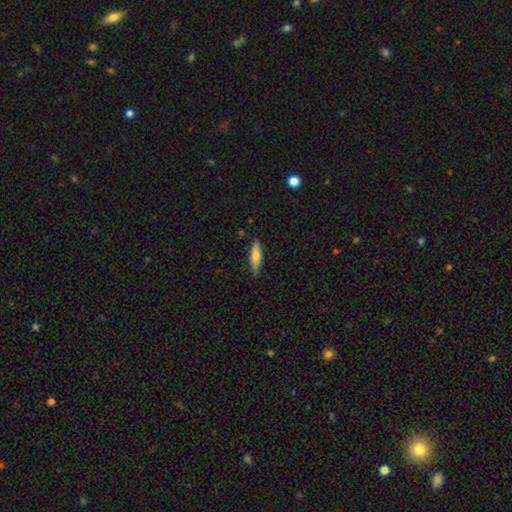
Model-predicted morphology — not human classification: This is likely a smooth galaxy (67%). How rounded: likely cigar-shaped (67%). Merging: clearly none (86%).